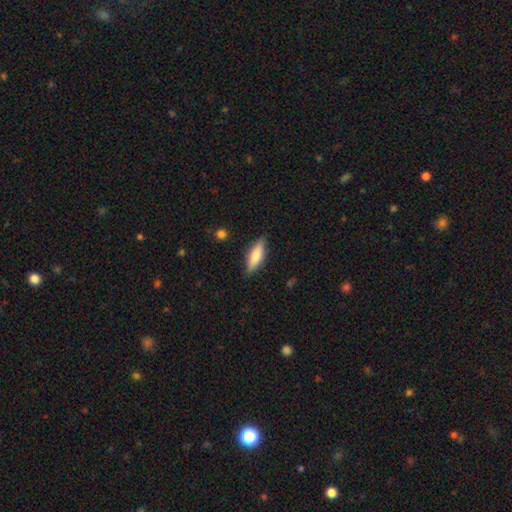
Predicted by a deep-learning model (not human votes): The model was most divided on "how rounded": in between: 53%, cigar-shaped: 45%, round: 2%. More confident: merging — none (85%); smooth or featured — smooth (76%).